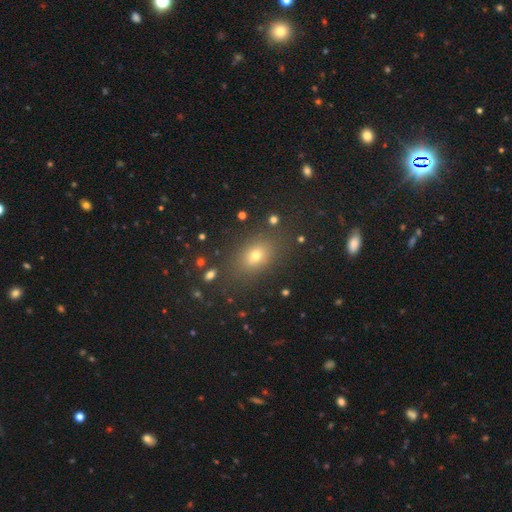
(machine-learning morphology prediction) Smooth or featured? Predicted: smooth (p=0.69). How rounded? Predicted: in between (p=0.68). Merging? Predicted: none (p=0.83).